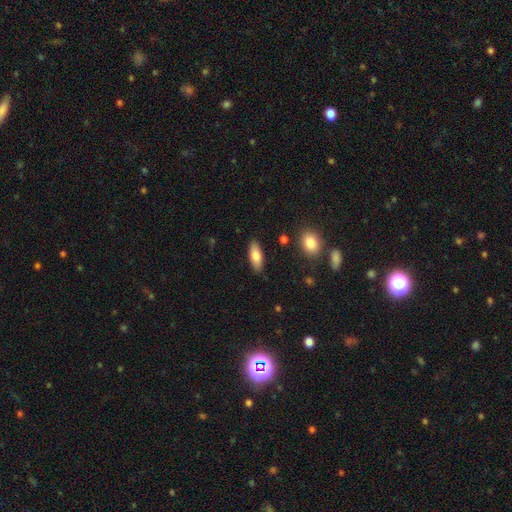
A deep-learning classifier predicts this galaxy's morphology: type=smooth (79%); roundness=in between (75%); merging=none (86%).